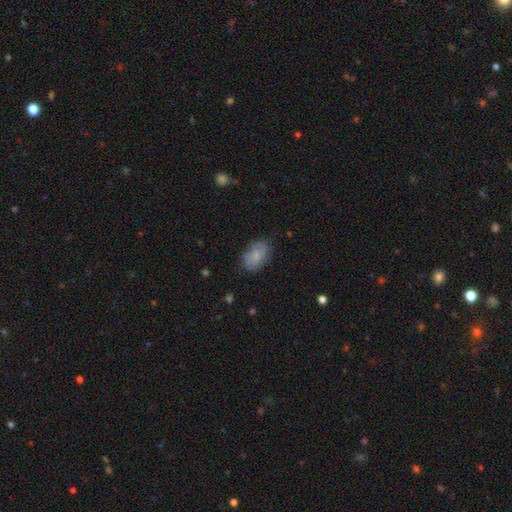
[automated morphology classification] This appears to be a smooth galaxy with no disk features (74%) that is in between round and cigar-shaped (87%). Merging: none (75%).